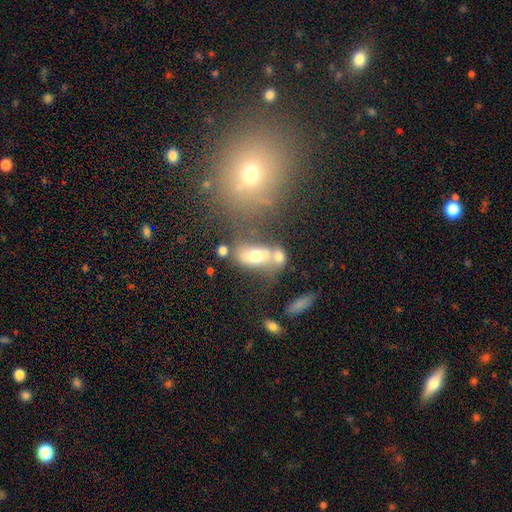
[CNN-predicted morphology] This is possibly a smooth galaxy (58%). How rounded: clearly in between (80%). Merging: marginally merger (40%).